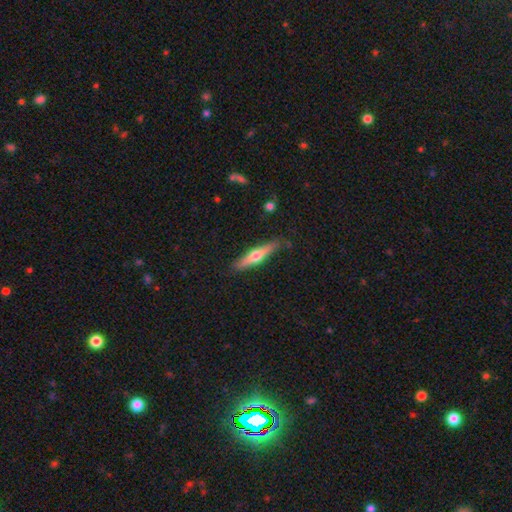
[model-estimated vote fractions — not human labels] Morphology: type=featured or disk (55%); edge-on=yes (95%); edge-on bulge=rounded (92%); merging=none (85%).